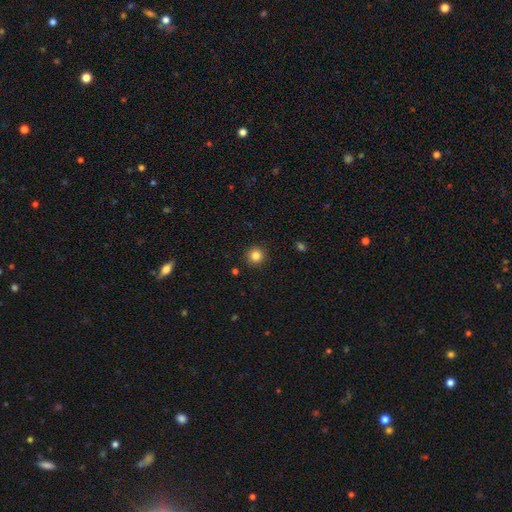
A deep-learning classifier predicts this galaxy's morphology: A smooth galaxy with no disk features (84%) that is round (95%).

Vote fractions:
- Smooth or featured? smooth: 84% / star or artifact: 11% / featured or disk: 5%
- How rounded? round: 95% / in between: 4% / cigar-shaped: 1%
- Merging? none: 92% / minor disturbance: 5% / major disturbance: 2% / merger: 1%